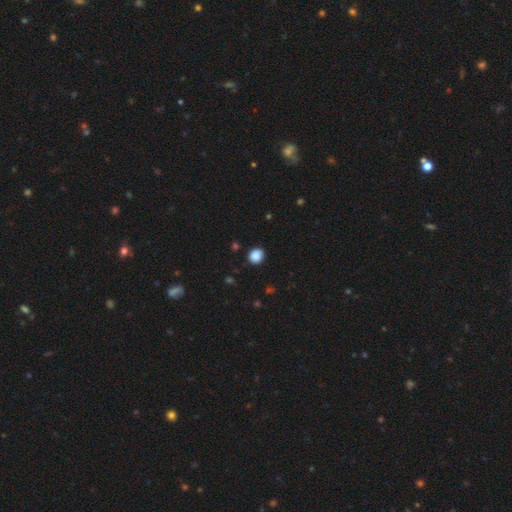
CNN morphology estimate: This appears to be a smooth galaxy with no disk features (87%) that is round (79%). Merging: none (86%).